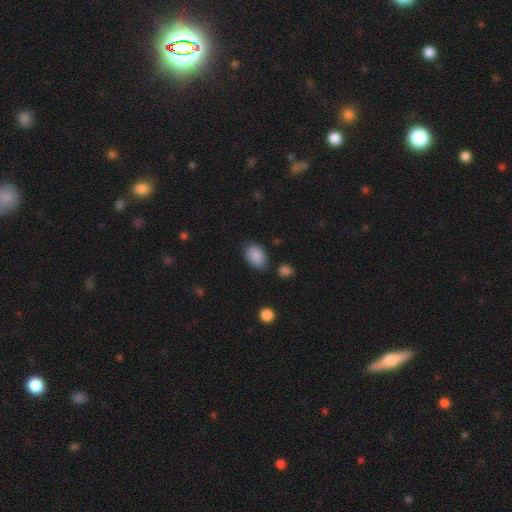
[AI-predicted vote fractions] Smooth or featured: smooth — 88% (star or artifact — 8%)
How rounded: in between — 84% (round — 15%)
Merging: none — 76% (minor disturbance — 17%)